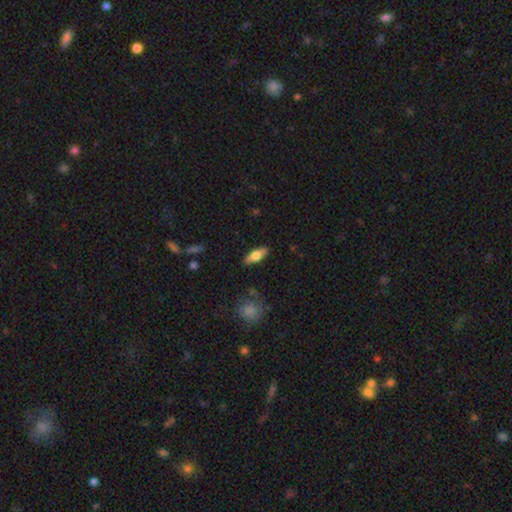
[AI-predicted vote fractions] A smooth galaxy with no disk features (58%) that is in between round and cigar-shaped (65%). Merging: none (87%).